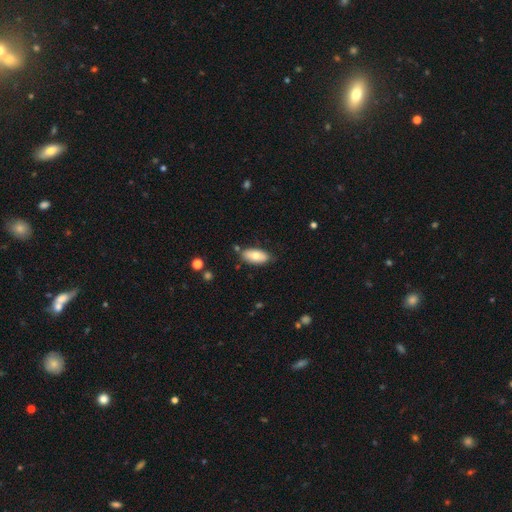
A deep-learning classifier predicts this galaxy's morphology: smooth_or_featured: smooth (p=0.75) [alt: featured or disk p=0.18]
how_rounded: in between (p=0.90) [alt: cigar-shaped p=0.08]
merging: none (p=0.80) [alt: minor disturbance p=0.15]